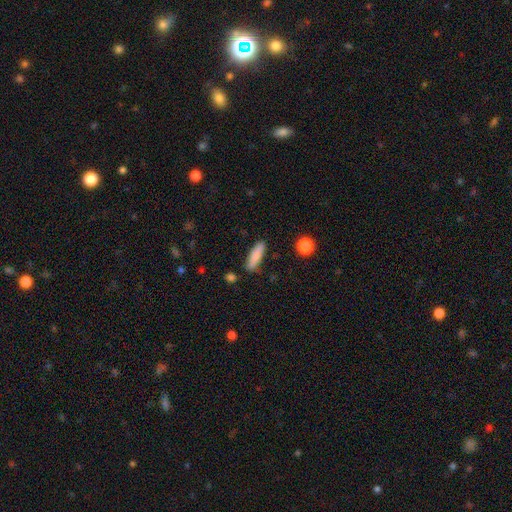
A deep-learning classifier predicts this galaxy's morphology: A smooth galaxy with no disk features (84%) that is cigar-shaped (64%). Merging: none (84%).